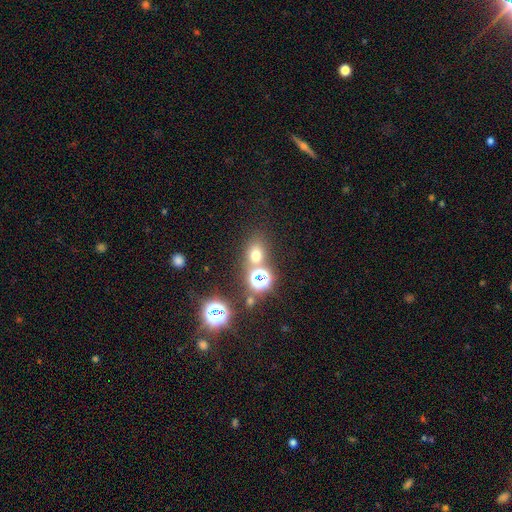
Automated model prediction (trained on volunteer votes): Smooth or featured: smooth — 59% (star or artifact — 31%)
How rounded: round — 55% (in between — 44%)
Merging: none — 66% (merger — 18%)